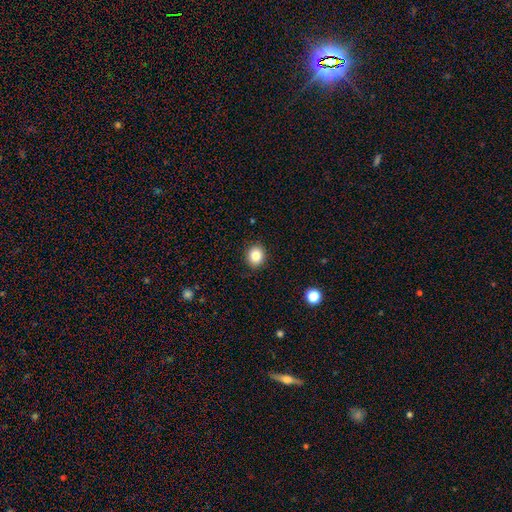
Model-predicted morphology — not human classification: A smooth galaxy with no disk features (84%) that is round (75%).

Vote fractions:
- Smooth or featured? smooth: 84% / star or artifact: 10% / featured or disk: 6%
- How rounded? round: 75% / in between: 24% / cigar-shaped: 1%
- Merging? none: 90% / minor disturbance: 7% / major disturbance: 2% / merger: 1%